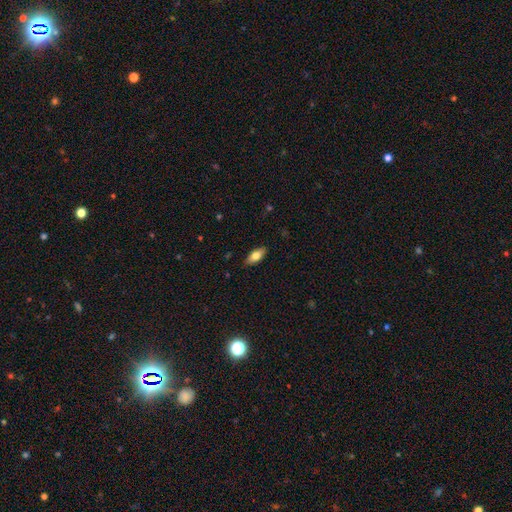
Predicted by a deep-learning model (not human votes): smooth 76%, featured or disk 18%, star or artifact 7%. Down the decision tree: how rounded — in between (85%); merging — none (87%).